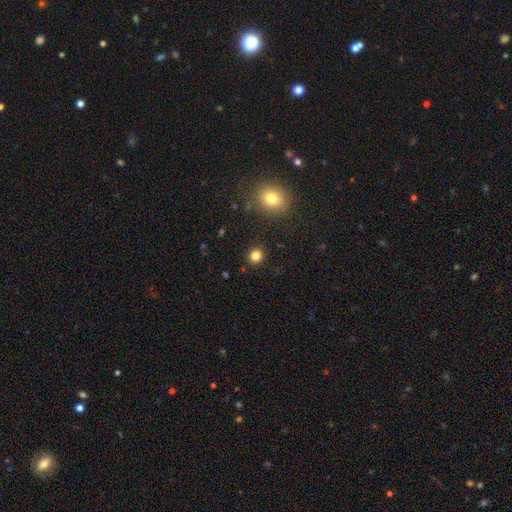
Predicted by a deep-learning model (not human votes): A smooth galaxy with no disk features (83%) that is round (85%).

Vote fractions:
- Smooth or featured? smooth: 83% / star or artifact: 13% / featured or disk: 5%
- How rounded? round: 85% / in between: 14% / cigar-shaped: 1%
- Merging? none: 90% / minor disturbance: 6% / major disturbance: 2% / merger: 1%